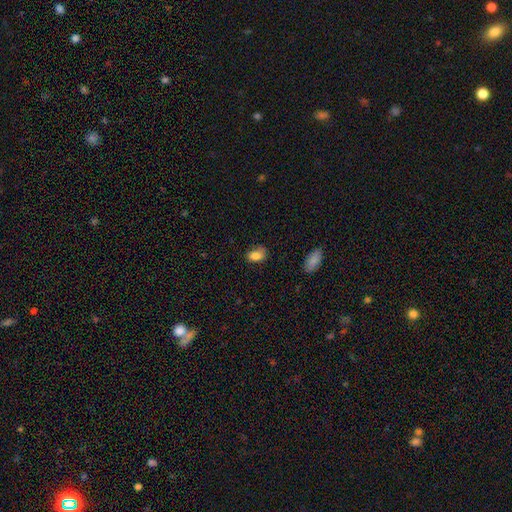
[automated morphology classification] Smooth or featured? smooth (84%)
How rounded? in between (86%)
Merging? none (62%)